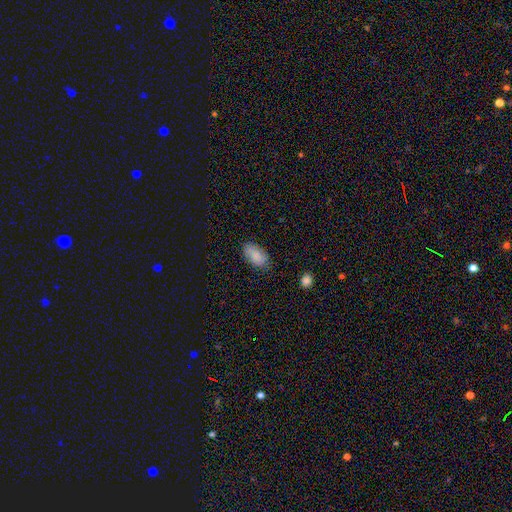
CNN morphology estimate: The model was most divided on "merging": none: 80%, minor disturbance: 15%, major disturbance: 3%, merger: 1%. More confident: how rounded — in between (94%); smooth or featured — smooth (85%).